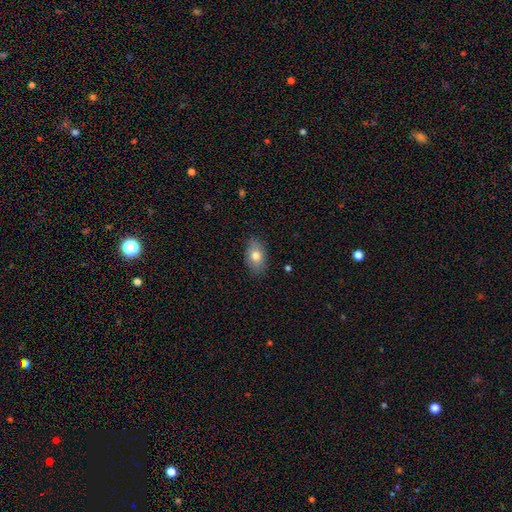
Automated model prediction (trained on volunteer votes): Smooth or featured? Predicted: smooth (p=0.77). How rounded? Predicted: in between (p=0.88). Merging? Predicted: none (p=0.83).